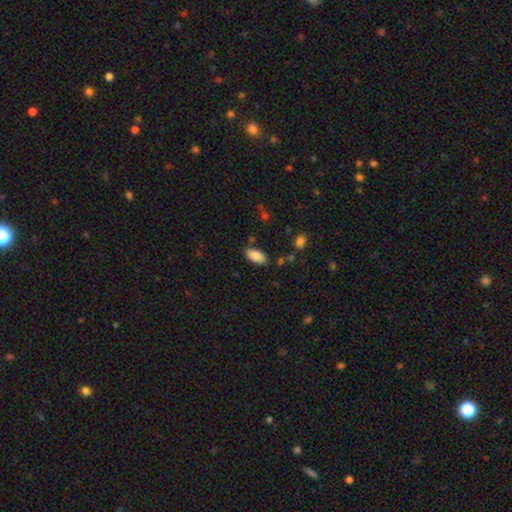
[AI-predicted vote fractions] Smooth or featured?
  - smooth: 87% *
  - star or artifact: 7%
  - featured or disk: 6%
How rounded?
  - in between: 92% *
  - cigar-shaped: 6%
  - round: 2%
Merging?
  - none: 81% *
  - minor disturbance: 13%
  - major disturbance: 3%
  - merger: 3%